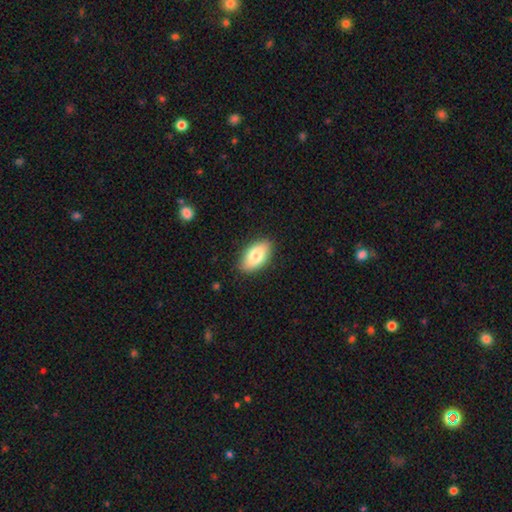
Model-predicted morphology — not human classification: type=smooth (81%); roundness=in between (93%); merging=none (87%).